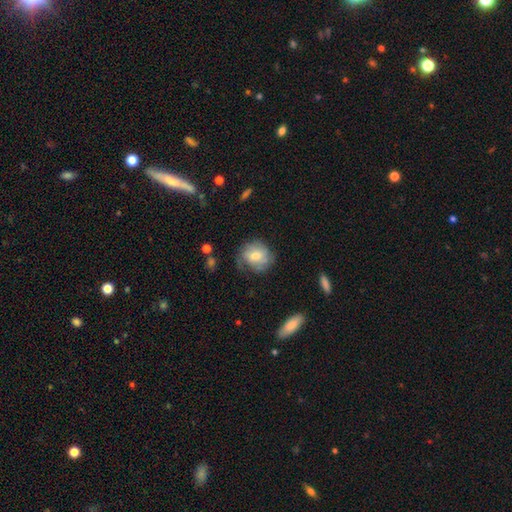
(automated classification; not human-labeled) This appears to be a smooth galaxy with no disk features (53%) that is round (75%). Merging: none (62%).